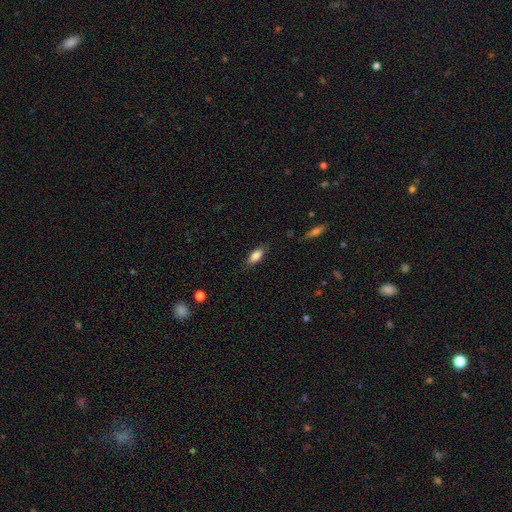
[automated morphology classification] Overall: smooth (84%). How rounded: in between (82%). Merging: none (81%).